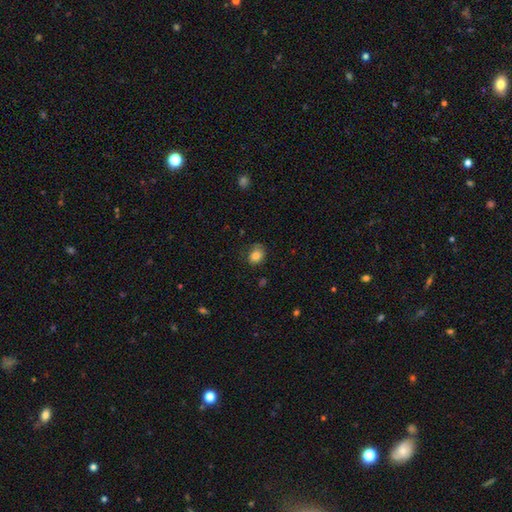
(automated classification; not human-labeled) The model was most divided on "how rounded": round: 59%, in between: 41%, cigar-shaped: 1%. More confident: smooth or featured — smooth (81%); merging — none (67%).